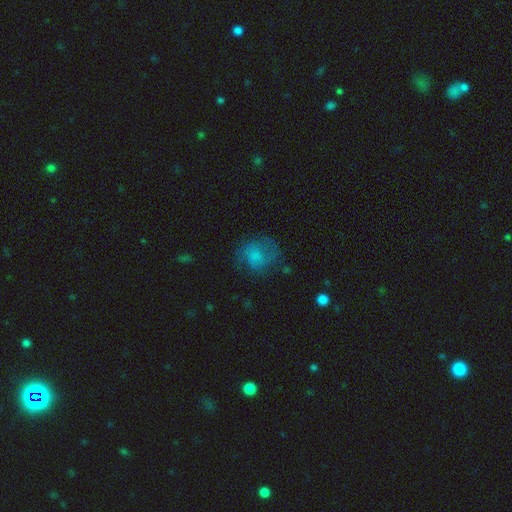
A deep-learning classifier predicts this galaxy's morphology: smooth_or_featured: smooth (p=0.58) [alt: featured or disk p=0.31]
how_rounded: round (p=0.75) [alt: in between p=0.24]
merging: none (p=0.57) [alt: minor disturbance p=0.23]